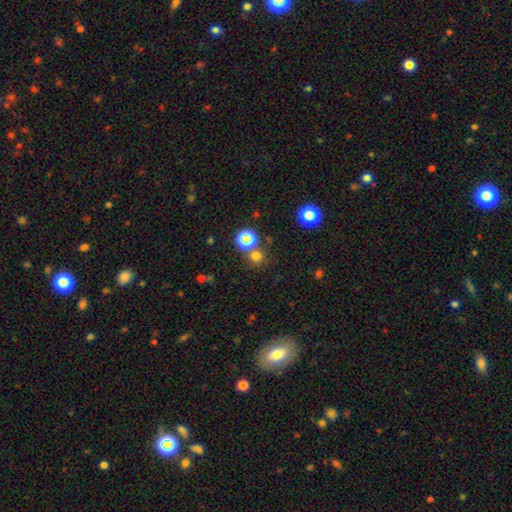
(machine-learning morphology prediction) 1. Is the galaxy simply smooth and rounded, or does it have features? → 66% smooth, 27% star or artifact, 7% featured or disk.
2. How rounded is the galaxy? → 91% round, 8% in between, 1% cigar-shaped.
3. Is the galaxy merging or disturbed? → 70% none, 19% merger, 7% minor disturbance, 4% major disturbance.